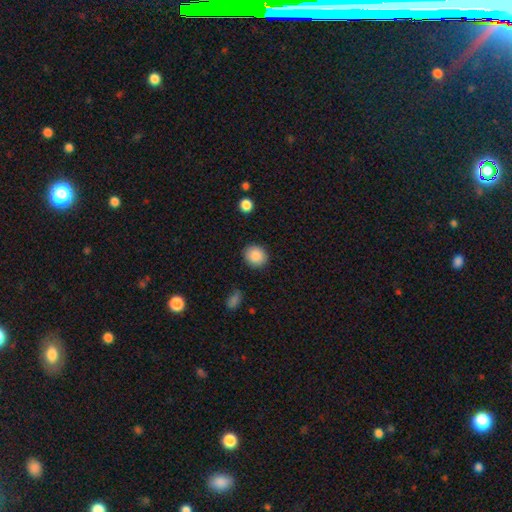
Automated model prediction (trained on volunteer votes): A smooth galaxy with no disk features (88%) that is round (82%). Merging: none (89%).